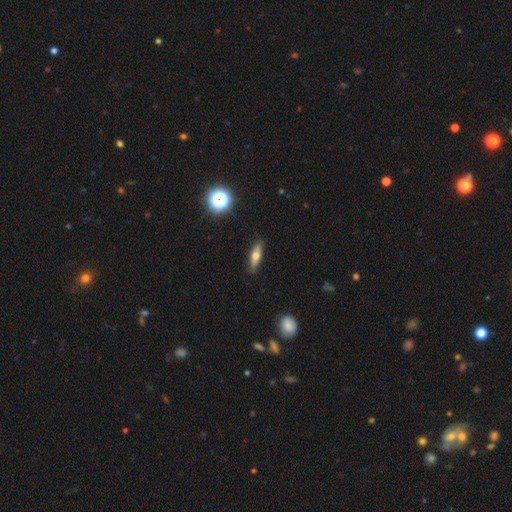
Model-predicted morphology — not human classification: A smooth galaxy with no disk features (56%) that is cigar-shaped (56%). Merging: none (88%).